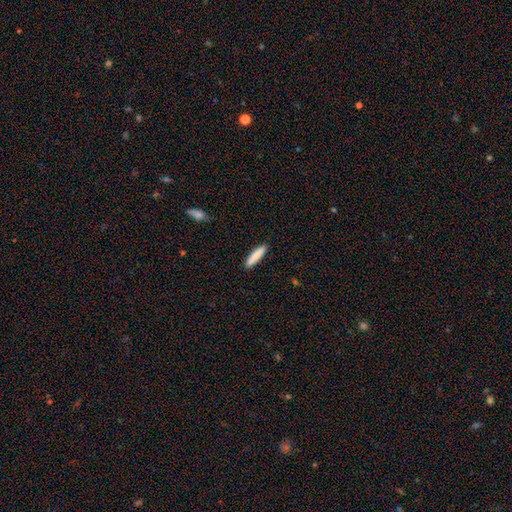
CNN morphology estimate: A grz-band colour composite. It shows a smooth galaxy with no disk features (82%) that is cigar-shaped (83%). Merging: none (90%).